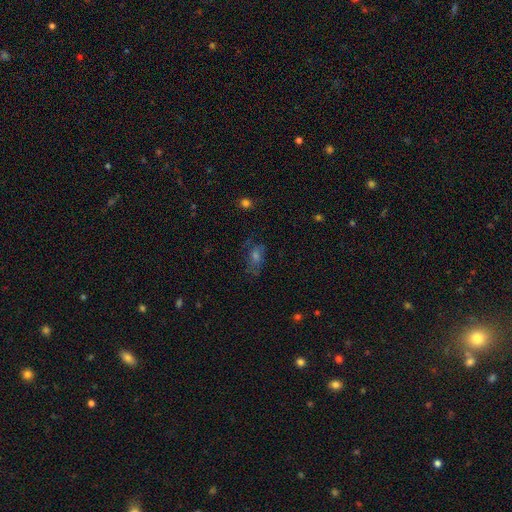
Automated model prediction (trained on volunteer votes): smooth_or_featured: smooth (p=0.40) [alt: featured or disk p=0.33]
merging: none (p=0.65) [alt: minor disturbance p=0.21]